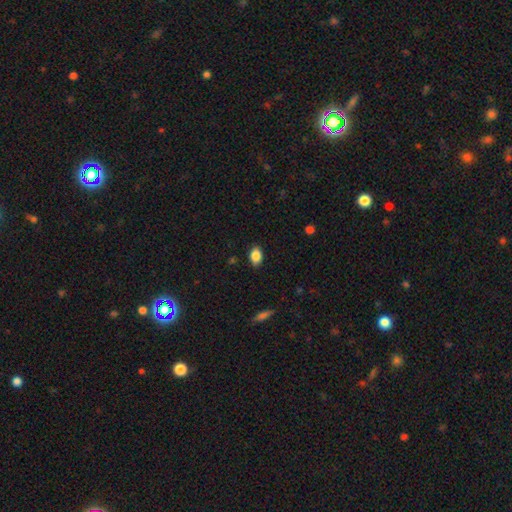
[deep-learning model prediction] smooth_or_featured: smooth (p=0.86) [alt: star or artifact p=0.08]
how_rounded: in between (p=0.84) [alt: round p=0.14]
merging: none (p=0.86) [alt: minor disturbance p=0.11]